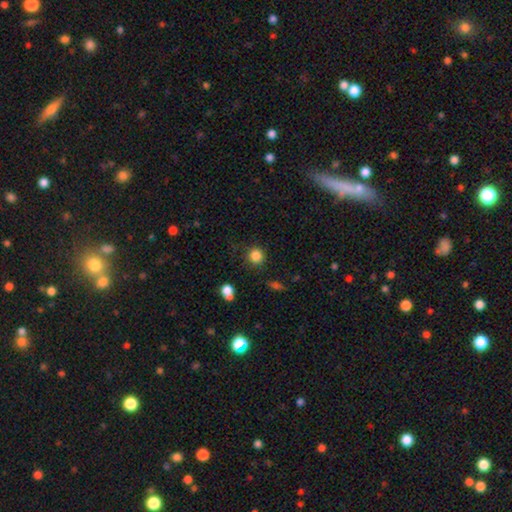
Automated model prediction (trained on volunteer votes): smooth-or-featured: smooth: 85% | star or artifact: 11% | featured or disk: 4%
  how-rounded: round: 89% | in between: 10% | cigar-shaped: 1%
  merging: none: 81% | minor disturbance: 12% | major disturbance: 4% | merger: 3%